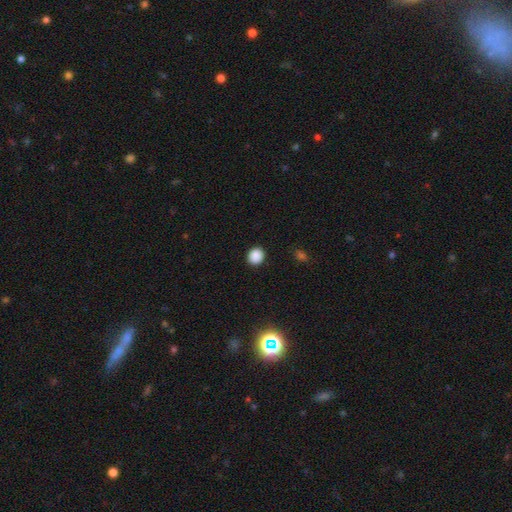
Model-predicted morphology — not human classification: Smooth or featured?
  - smooth: 89% *
  - star or artifact: 9%
  - featured or disk: 2%
How rounded?
  - round: 74% *
  - in between: 25%
  - cigar-shaped: 1%
Merging?
  - none: 91% *
  - minor disturbance: 6%
  - major disturbance: 2%
  - merger: 1%